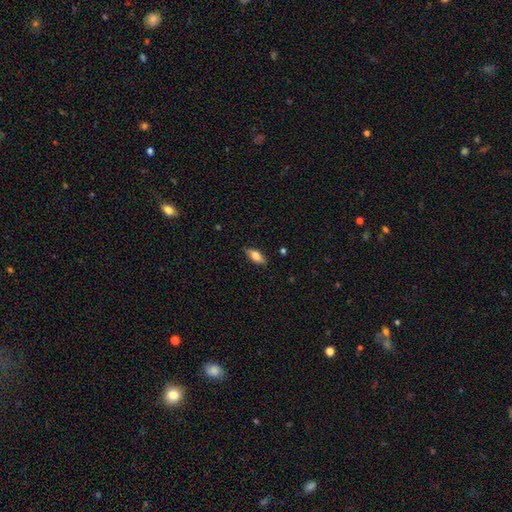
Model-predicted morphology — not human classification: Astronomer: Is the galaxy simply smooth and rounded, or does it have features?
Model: smooth — 70%.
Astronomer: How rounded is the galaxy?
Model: in between — 78%.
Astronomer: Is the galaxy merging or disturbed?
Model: none — 82%.